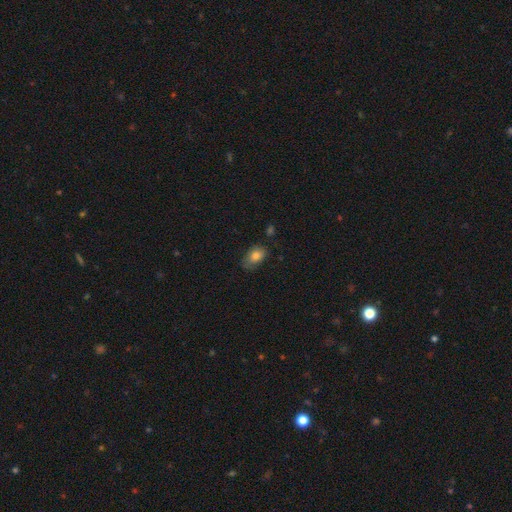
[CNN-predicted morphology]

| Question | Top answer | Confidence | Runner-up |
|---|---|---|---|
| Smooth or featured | smooth | 79% | featured or disk (13%) |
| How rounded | in between | 85% | round (14%) |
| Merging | none | 60% | minor disturbance (30%) |